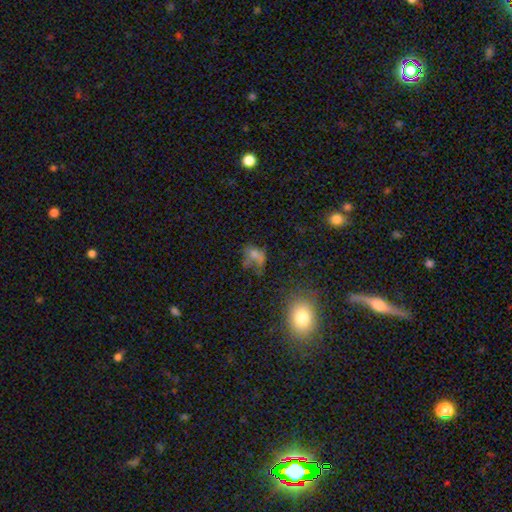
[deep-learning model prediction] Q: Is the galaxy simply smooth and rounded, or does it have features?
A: smooth — 54%.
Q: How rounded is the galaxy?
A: in between — 67%.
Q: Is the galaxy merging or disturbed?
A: none — 33%.